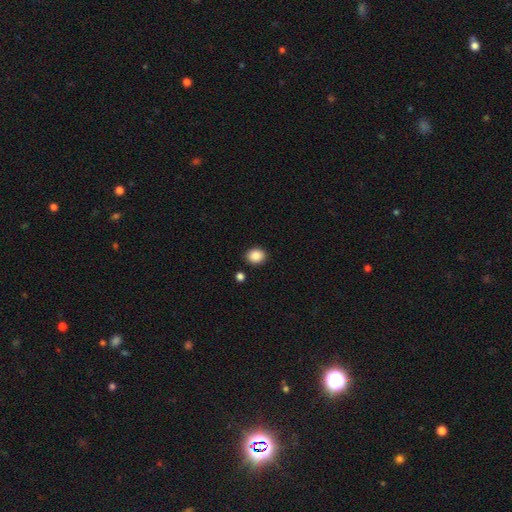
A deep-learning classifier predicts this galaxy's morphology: The model was most divided on "how rounded": round: 63%, in between: 36%, cigar-shaped: 1%. More confident: merging — none (88%); smooth or featured — smooth (88%).